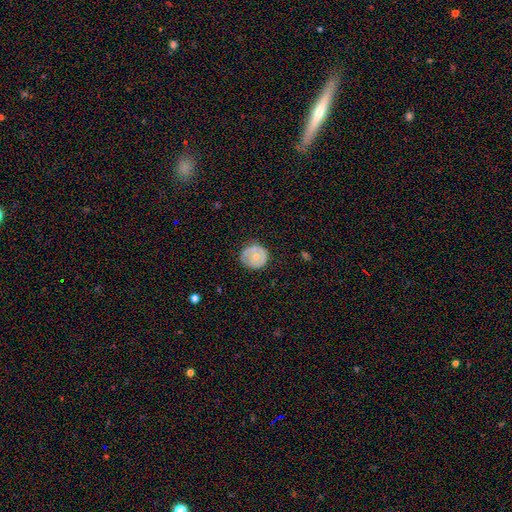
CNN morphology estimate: Smooth or featured? Predicted: smooth (p=0.56). How rounded? Predicted: round (p=0.86). Merging? Predicted: none (p=0.72).